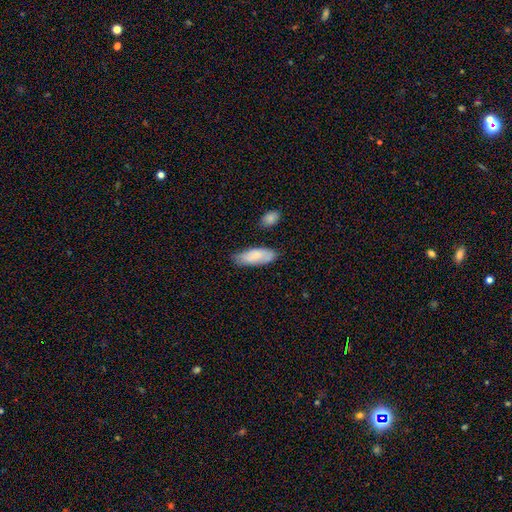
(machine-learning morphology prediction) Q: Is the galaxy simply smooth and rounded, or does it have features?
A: smooth — 78%.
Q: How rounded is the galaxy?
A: in between — 74%.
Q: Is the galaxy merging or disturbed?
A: none — 74%.